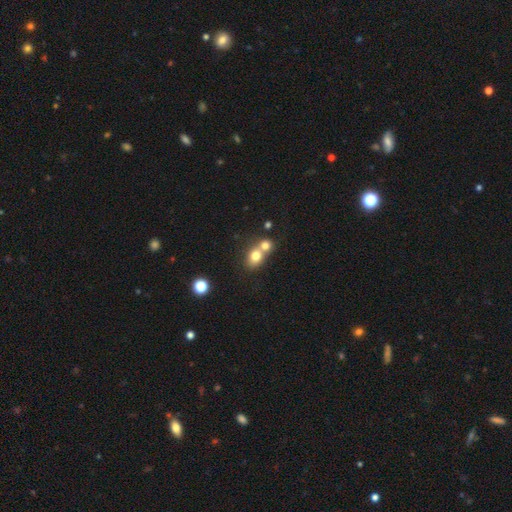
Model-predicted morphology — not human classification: Smooth or featured? Predicted: smooth (p=0.75). How rounded? Predicted: round (p=0.58). Merging? Predicted: merger (p=0.59).